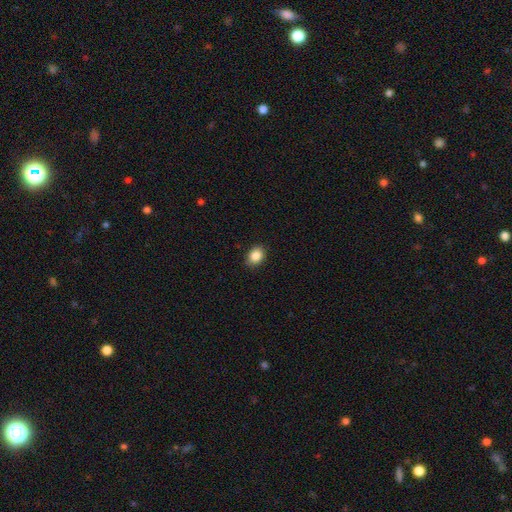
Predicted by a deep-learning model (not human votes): smooth_or_featured: smooth (p=0.87) [alt: star or artifact p=0.09]
how_rounded: in between (p=0.61) [alt: round p=0.38]
merging: none (p=0.88) [alt: minor disturbance p=0.09]